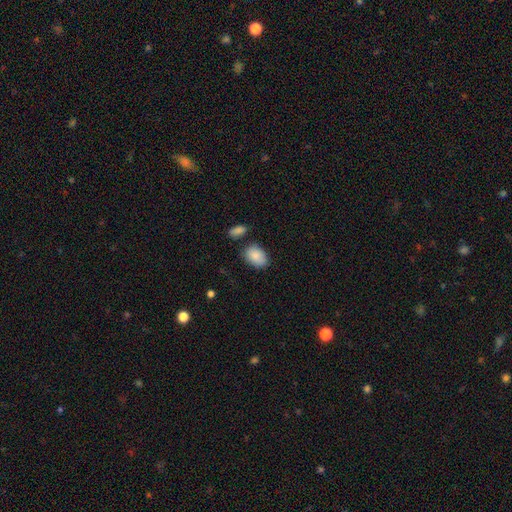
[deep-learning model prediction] Smooth or featured: smooth — 89% (star or artifact — 6%)
How rounded: in between — 87% (round — 11%)
Merging: none — 72% (minor disturbance — 18%)